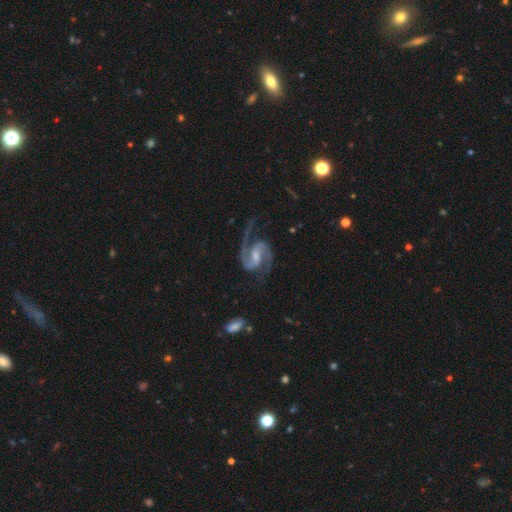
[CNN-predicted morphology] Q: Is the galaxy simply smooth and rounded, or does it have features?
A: featured or disk — 93%.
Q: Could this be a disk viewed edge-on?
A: no — 98%.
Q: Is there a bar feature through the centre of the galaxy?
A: weak — 52%.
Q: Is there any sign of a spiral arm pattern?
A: yes — 98%.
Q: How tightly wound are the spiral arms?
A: medium — 61%.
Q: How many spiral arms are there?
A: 2 — 93%.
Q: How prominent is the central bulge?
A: moderate — 40%.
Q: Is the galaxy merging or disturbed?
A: none — 68%.